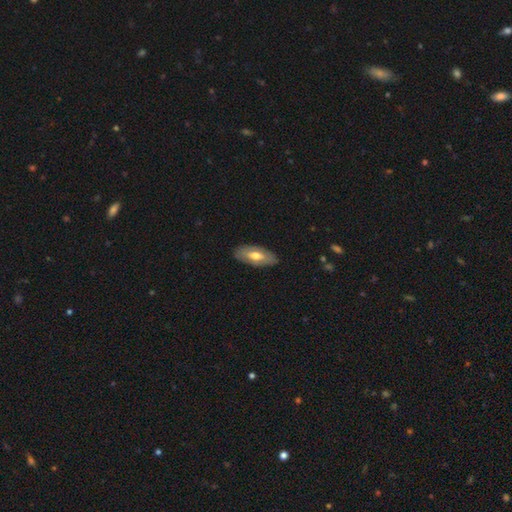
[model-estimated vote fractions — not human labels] smooth_or_featured: smooth (p=0.51) [alt: featured or disk p=0.43]
how_rounded: in between (p=0.86) [alt: cigar-shaped p=0.11]
merging: none (p=0.85) [alt: minor disturbance p=0.12]